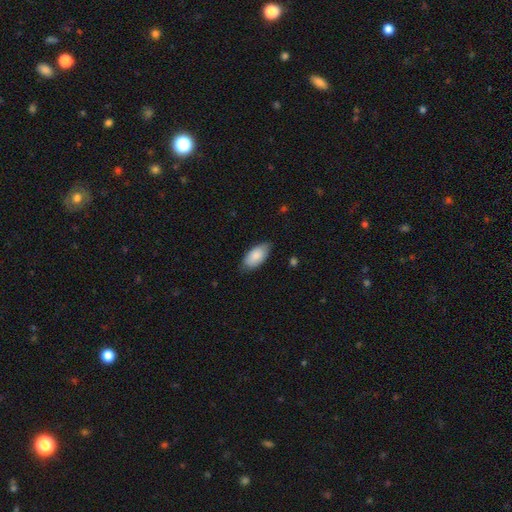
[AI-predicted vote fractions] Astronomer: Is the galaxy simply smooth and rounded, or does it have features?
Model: smooth — 86%.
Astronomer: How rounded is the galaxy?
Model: in between — 94%.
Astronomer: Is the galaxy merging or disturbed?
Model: none — 79%.